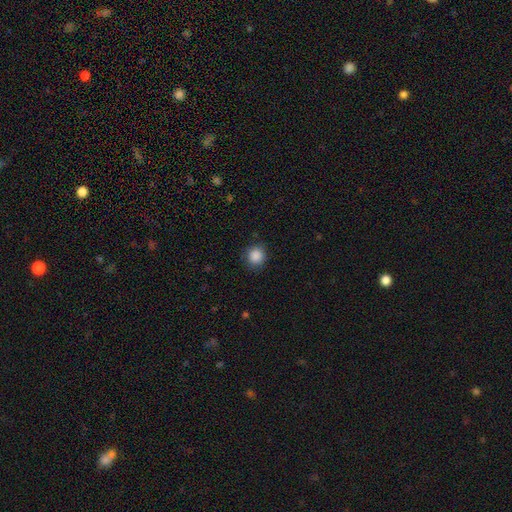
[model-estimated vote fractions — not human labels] A smooth galaxy with no disk features (88%) that is round (90%). Merging: none (87%).